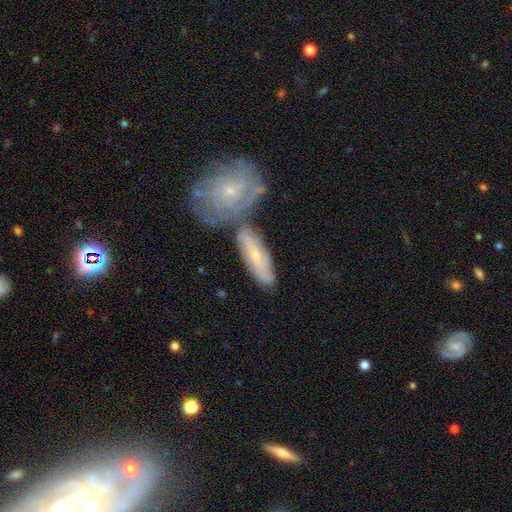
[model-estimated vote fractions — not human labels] smooth_or_featured: featured or disk (p=0.61) [alt: smooth p=0.32]
disk_edge_on: no (p=0.81) [alt: yes p=0.19]
merging: none (p=0.48) [alt: merger p=0.32]